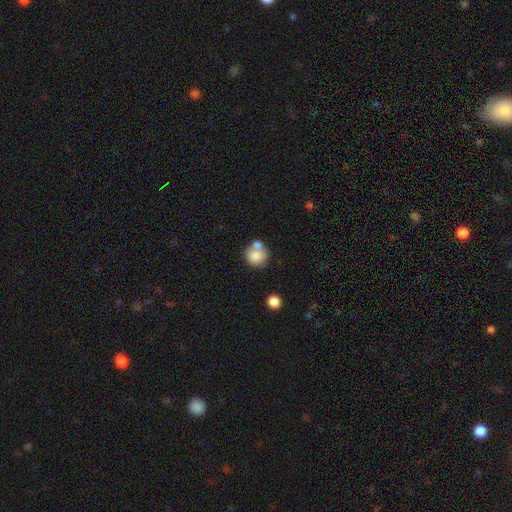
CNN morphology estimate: type=smooth (78%); roundness=round (85%); merging=none (46%).